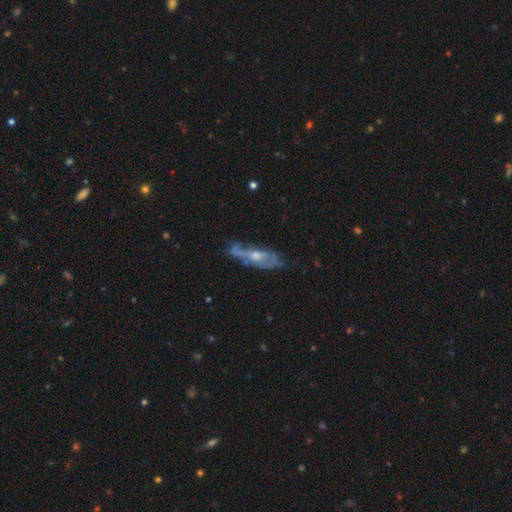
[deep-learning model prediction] smooth-or-featured: featured or disk: 68% | smooth: 24% | star or artifact: 8%
  disk-edge-on: no: 71% | yes: 29%
  merging: none: 48% | minor disturbance: 27% | major disturbance: 19% | merger: 6%